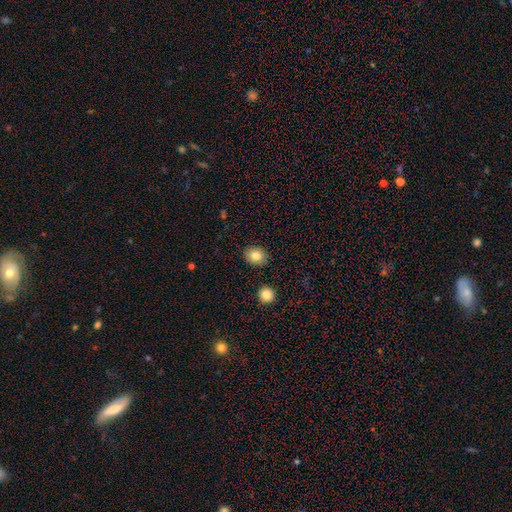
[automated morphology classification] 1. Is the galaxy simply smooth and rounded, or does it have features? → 82% smooth, 9% star or artifact, 9% featured or disk.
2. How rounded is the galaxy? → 57% round, 42% in between, 1% cigar-shaped.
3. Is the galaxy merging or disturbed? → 88% none, 8% minor disturbance, 2% major disturbance, 2% merger.